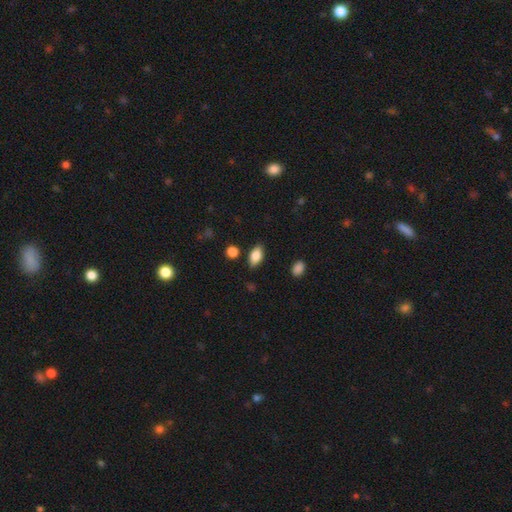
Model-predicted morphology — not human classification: Smooth or featured? smooth (83%)
How rounded? in between (90%)
Merging? none (83%)